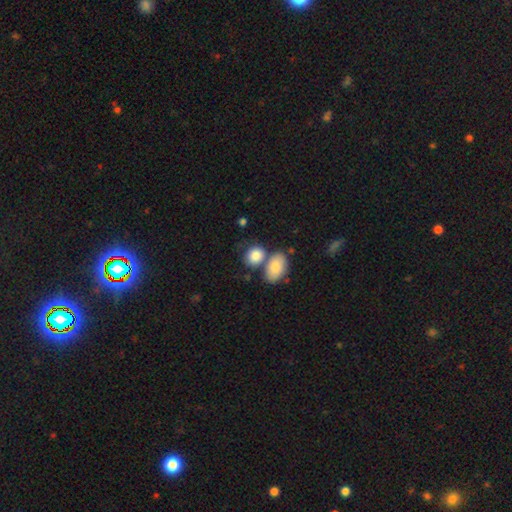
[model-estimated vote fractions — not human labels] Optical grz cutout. It shows a smooth galaxy with no disk features (83%) that is in between round and cigar-shaped (60%). Merging: none (46%).